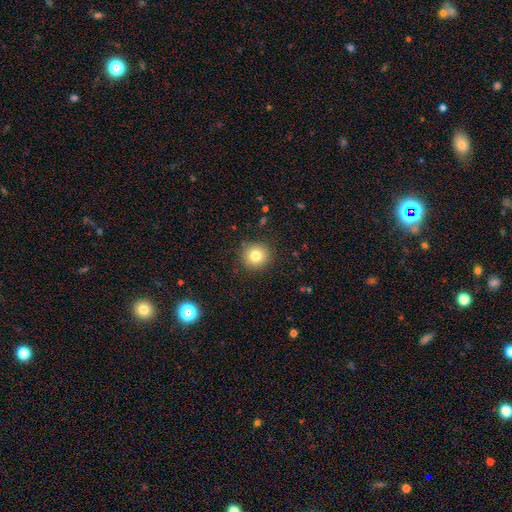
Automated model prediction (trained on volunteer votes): Smooth or featured? Predicted: smooth (p=0.80). How rounded? Predicted: round (p=0.93). Merging? Predicted: none (p=0.90).